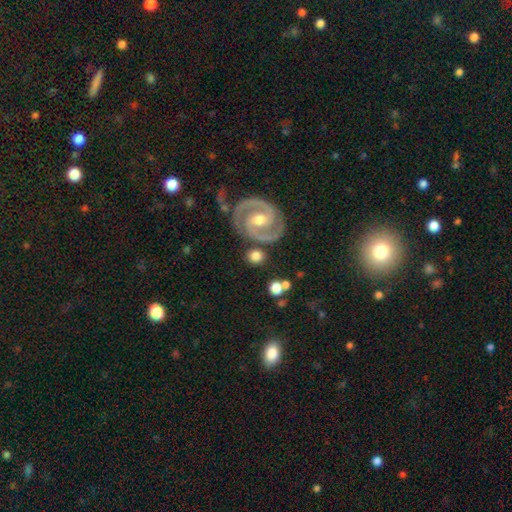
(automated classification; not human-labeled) A smooth galaxy with no disk features (51%) that is round (81%).

Vote fractions:
- Smooth or featured? smooth: 51% / featured or disk: 41% / star or artifact: 7%
- How rounded? round: 81% / in between: 18% / cigar-shaped: 2%
- Merging? none: 79% / minor disturbance: 10% / merger: 7% / major disturbance: 3%